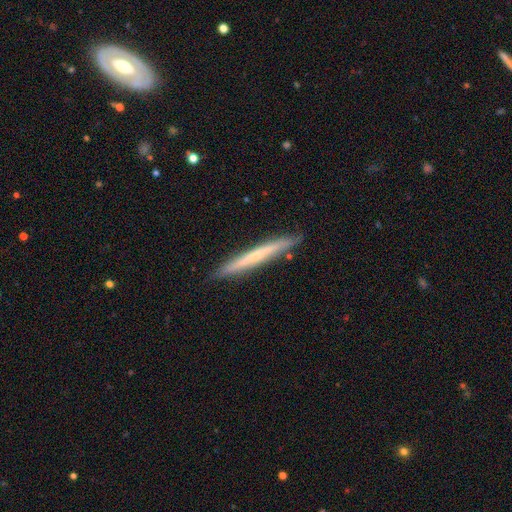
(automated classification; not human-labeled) The model was most divided on "smooth or featured": featured or disk: 54%, smooth: 40%, star or artifact: 6%. More confident: edge-on disk — yes (95%); merging — none (89%); edge-on bulge — none (62%).